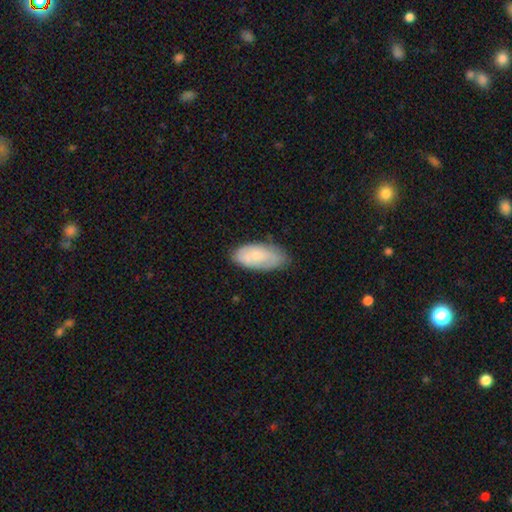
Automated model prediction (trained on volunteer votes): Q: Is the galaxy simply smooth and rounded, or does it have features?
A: smooth — 58%.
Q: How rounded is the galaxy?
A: in between — 92%.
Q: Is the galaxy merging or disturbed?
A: none — 71%.